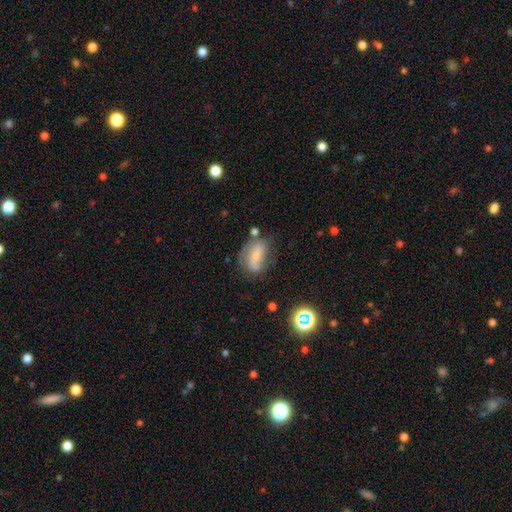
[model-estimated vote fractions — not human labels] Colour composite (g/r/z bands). It shows a smooth galaxy with no disk features (47%). Merging: none (51%).